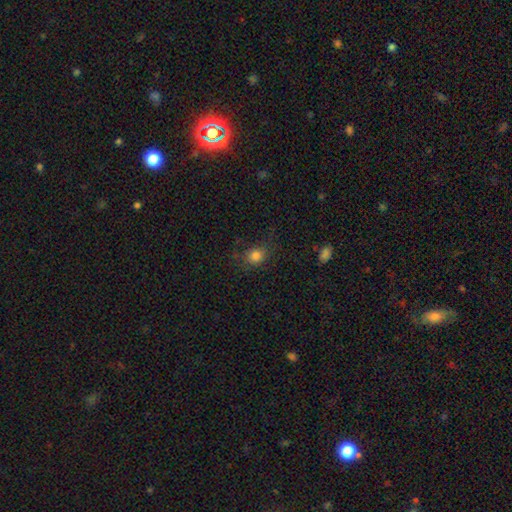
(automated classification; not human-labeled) A smooth galaxy with no disk features (79%) that is round (69%).

Vote fractions:
- Smooth or featured? smooth: 79% / star or artifact: 14% / featured or disk: 7%
- How rounded? round: 69% / in between: 30% / cigar-shaped: 1%
- Merging? none: 71% / minor disturbance: 18% / major disturbance: 9% / merger: 2%